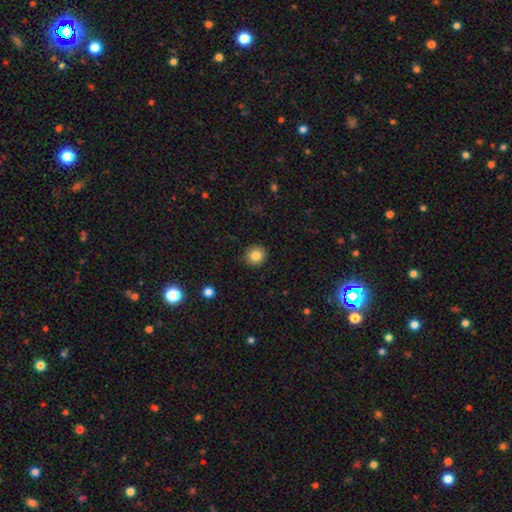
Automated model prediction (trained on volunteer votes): Smooth or featured?
  - smooth: 83% *
  - star or artifact: 10%
  - featured or disk: 7%
How rounded?
  - round: 88% *
  - in between: 11%
  - cigar-shaped: 1%
Merging?
  - none: 90% *
  - minor disturbance: 7%
  - major disturbance: 2%
  - merger: 1%